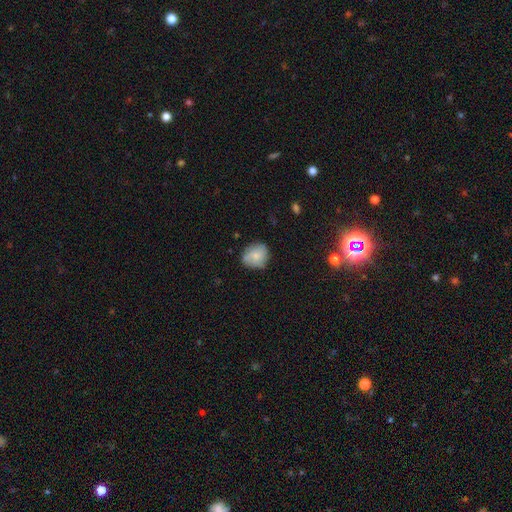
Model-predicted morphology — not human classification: Smooth or featured?
  - smooth: 74% *
  - featured or disk: 18%
  - star or artifact: 8%
How rounded?
  - round: 69% *
  - in between: 30%
  - cigar-shaped: 1%
Merging?
  - none: 68% *
  - minor disturbance: 25%
  - major disturbance: 5%
  - merger: 2%